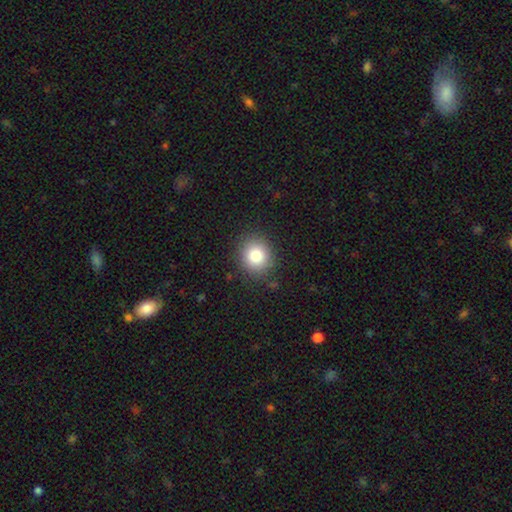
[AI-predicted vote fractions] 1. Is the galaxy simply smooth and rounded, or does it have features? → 83% smooth, 10% star or artifact, 7% featured or disk.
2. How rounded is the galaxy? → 81% round, 18% in between, 1% cigar-shaped.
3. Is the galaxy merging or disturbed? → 87% none, 9% minor disturbance, 3% major disturbance, 1% merger.